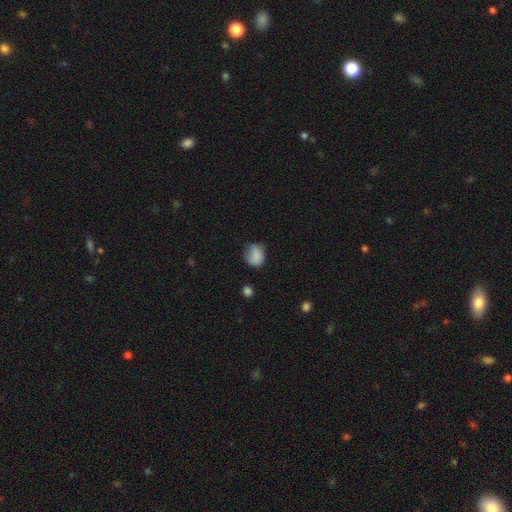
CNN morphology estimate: The model was most divided on "how rounded": round: 55%, in between: 44%, cigar-shaped: 1%. More confident: smooth or featured — smooth (82%); merging — none (61%).